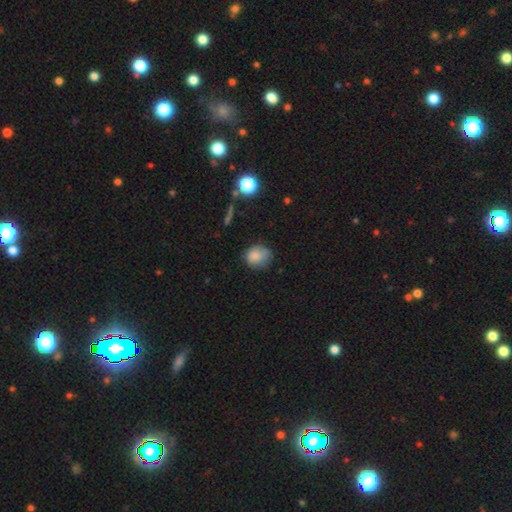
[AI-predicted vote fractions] smooth 82%, star or artifact 9%, featured or disk 9%. Down the decision tree: how rounded — round (65%); merging — none (59%).